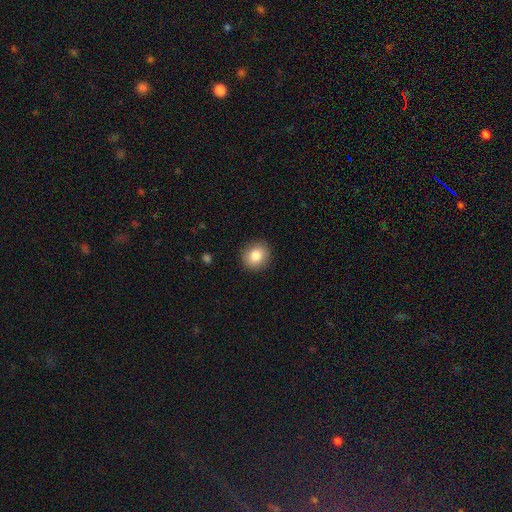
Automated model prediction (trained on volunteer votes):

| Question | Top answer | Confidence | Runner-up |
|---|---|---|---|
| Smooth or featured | smooth | 84% | star or artifact (9%) |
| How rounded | round | 82% | in between (17%) |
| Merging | none | 90% | minor disturbance (7%) |